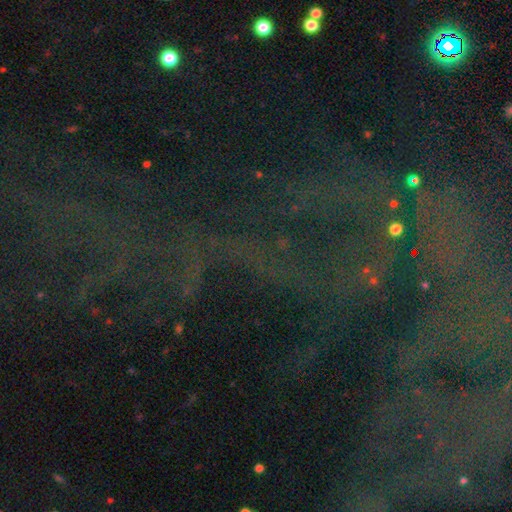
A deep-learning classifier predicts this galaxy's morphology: A star or artifact, not a galaxy (75%).

Vote fractions:
- Smooth or featured? star or artifact: 75% / featured or disk: 14% / smooth: 11%